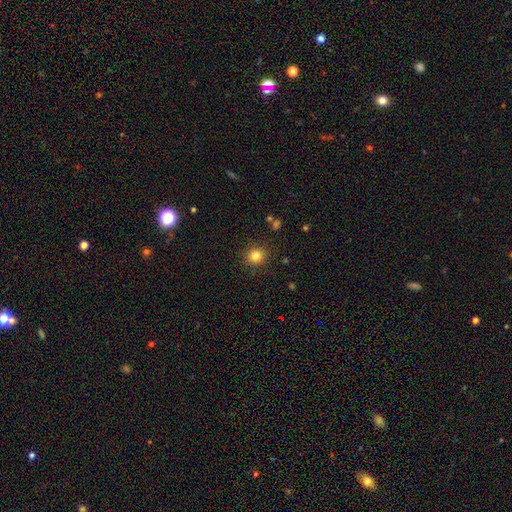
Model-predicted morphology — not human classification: smooth_or_featured: smooth (p=0.82) [alt: star or artifact p=0.12]
how_rounded: round (p=0.88) [alt: in between p=0.11]
merging: none (p=0.90) [alt: minor disturbance p=0.07]